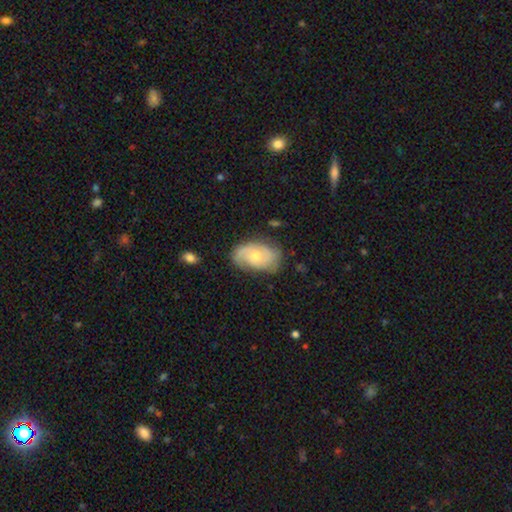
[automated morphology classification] A featured or disk galaxy (69%) with no bar (74%), 2 (53%) tight (42%) spiral arms (89%) and a small central bulge (48%). Merging: none (69%).